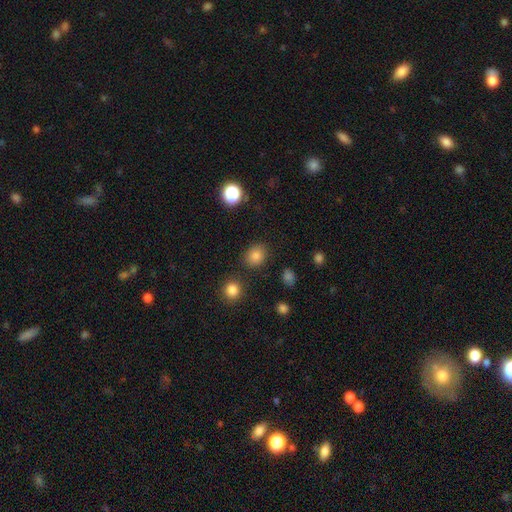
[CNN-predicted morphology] The model was most divided on "how rounded": round: 68%, in between: 32%, cigar-shaped: 1%. More confident: merging — none (85%); smooth or featured — smooth (82%).